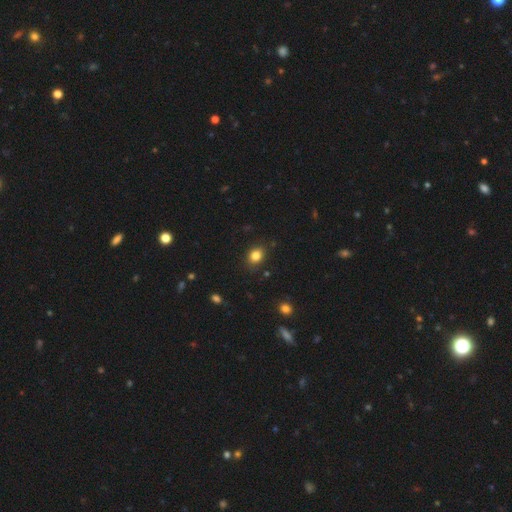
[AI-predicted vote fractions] Q: Smooth or featured?
A: smooth (83%); runner-up: star or artifact (11%)
Q: How rounded?
A: in between (51%); runner-up: round (48%)
Q: Merging?
A: none (85%); runner-up: minor disturbance (11%)